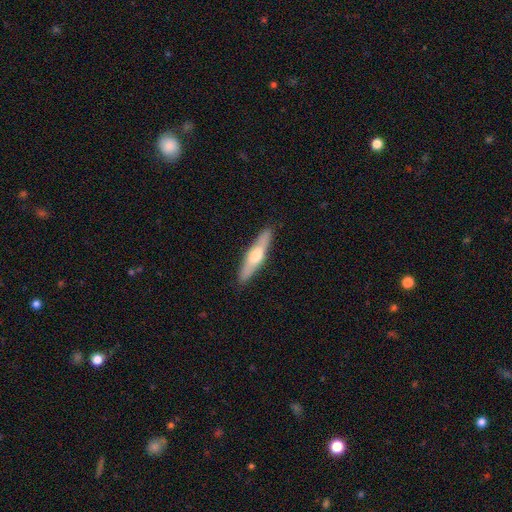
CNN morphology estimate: Smooth or featured: smooth — 49% (featured or disk — 46%)
Merging: none — 89% (minor disturbance — 8%)